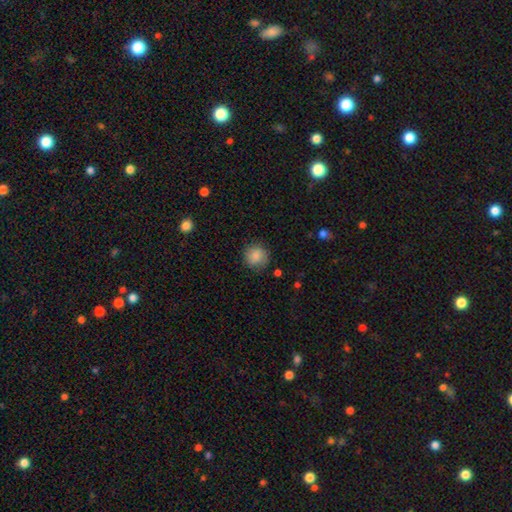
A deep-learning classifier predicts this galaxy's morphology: smooth-or-featured: smooth: 85% | star or artifact: 8% | featured or disk: 7%
  how-rounded: round: 90% | in between: 9% | cigar-shaped: 1%
  merging: none: 85% | minor disturbance: 11% | major disturbance: 3% | merger: 1%